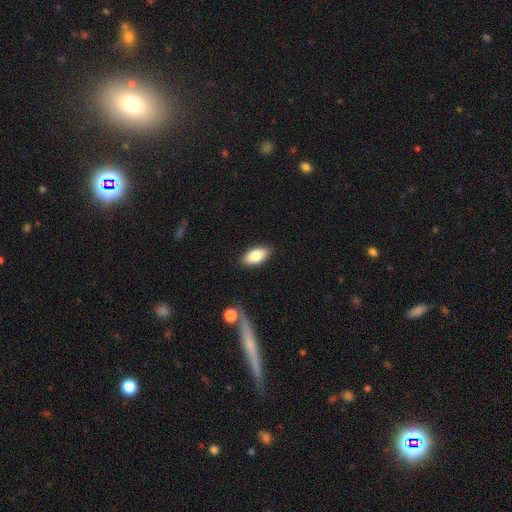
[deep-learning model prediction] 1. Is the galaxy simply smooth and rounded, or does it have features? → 82% smooth, 11% featured or disk, 7% star or artifact.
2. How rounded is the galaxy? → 91% in between, 6% cigar-shaped, 3% round.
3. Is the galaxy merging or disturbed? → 87% none, 9% minor disturbance, 2% major disturbance, 2% merger.